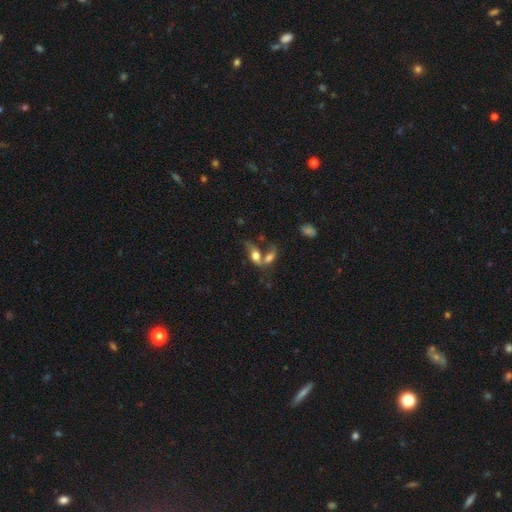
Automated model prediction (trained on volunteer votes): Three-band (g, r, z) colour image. It shows a smooth galaxy with no disk features (61%) that is in between round and cigar-shaped (76%). Merging: merger (55%).